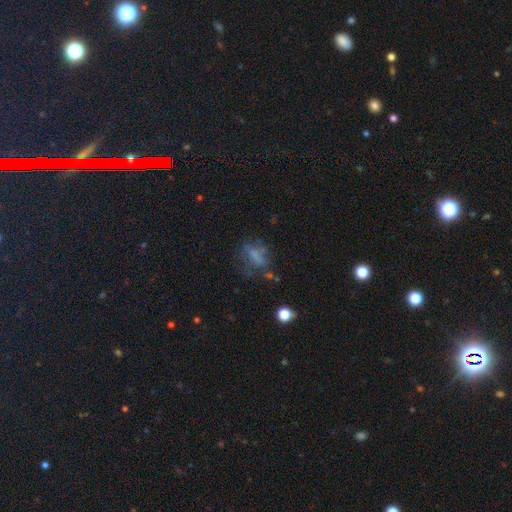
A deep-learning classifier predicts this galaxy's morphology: The model was most divided on "merging": none: 45%, major disturbance: 26%, minor disturbance: 22%, merger: 7%. More confident: how rounded — in between (62%); smooth or featured — smooth (51%).